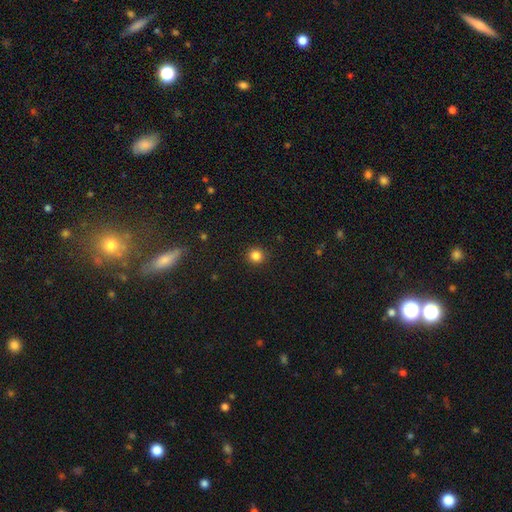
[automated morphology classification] smooth 84%, star or artifact 12%, featured or disk 4%. Down the decision tree: how rounded — round (91%); merging — none (91%).